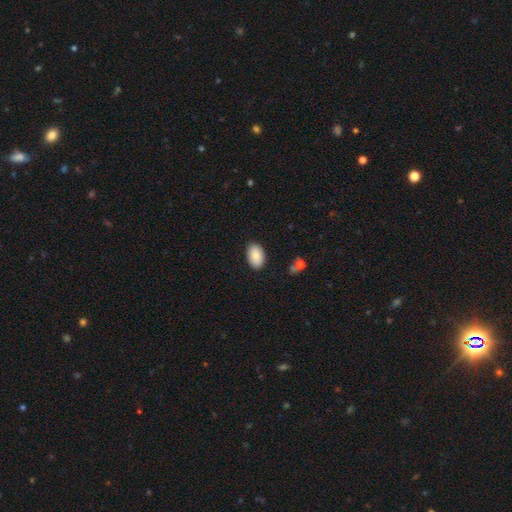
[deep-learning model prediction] smooth-or-featured: smooth: 87% | star or artifact: 7% | featured or disk: 6%
  how-rounded: in between: 91% | round: 8% | cigar-shaped: 1%
  merging: none: 88% | minor disturbance: 9% | major disturbance: 2% | merger: 1%